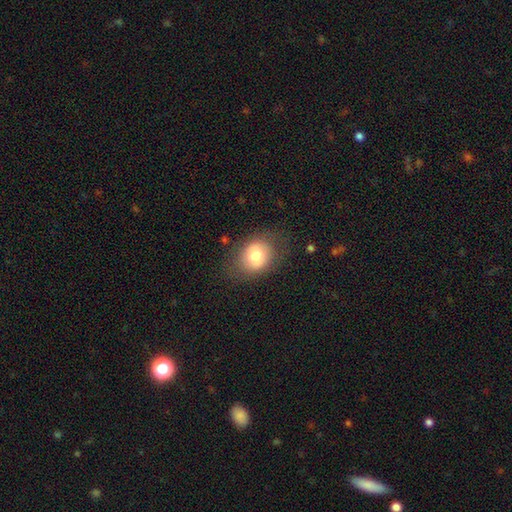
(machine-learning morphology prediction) Smooth or featured?
  - smooth: 75% *
  - featured or disk: 17%
  - star or artifact: 8%
How rounded?
  - in between: 55% *
  - round: 45%
  - cigar-shaped: 1%
Merging?
  - none: 75% *
  - minor disturbance: 16%
  - major disturbance: 7%
  - merger: 1%